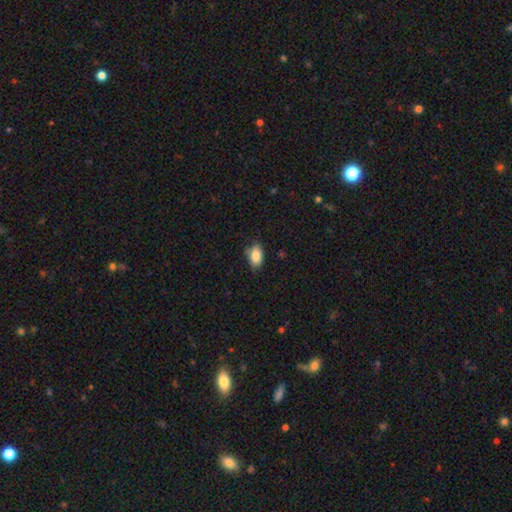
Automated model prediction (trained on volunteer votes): A smooth galaxy with no disk features (86%) that is in between round and cigar-shaped (90%).

Vote fractions:
- Smooth or featured? smooth: 86% / star or artifact: 8% / featured or disk: 6%
- How rounded? in between: 90% / round: 8% / cigar-shaped: 2%
- Merging? none: 73% / minor disturbance: 22% / major disturbance: 3% / merger: 2%